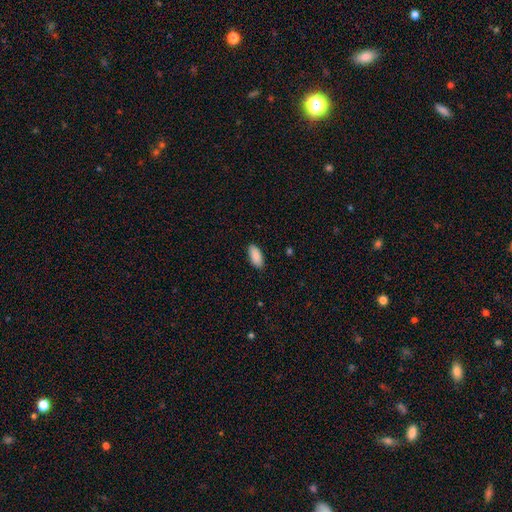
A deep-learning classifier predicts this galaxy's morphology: Smooth or featured? Predicted: smooth (p=0.90). How rounded? Predicted: in between (p=0.89). Merging? Predicted: none (p=0.88).